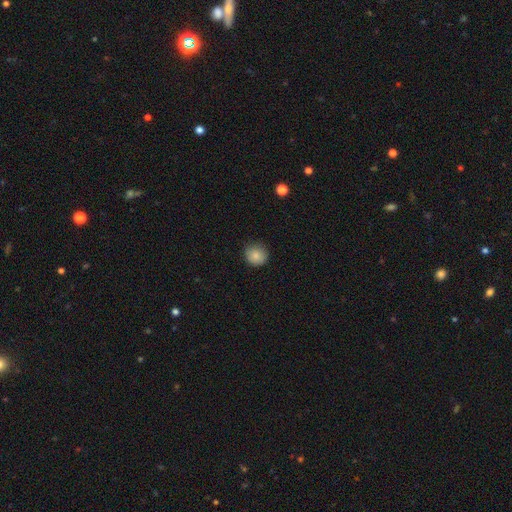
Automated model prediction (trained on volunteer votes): A smooth galaxy with no disk features (85%) that is round (90%).

Vote fractions:
- Smooth or featured? smooth: 85% / star or artifact: 9% / featured or disk: 6%
- How rounded? round: 90% / in between: 9% / cigar-shaped: 1%
- Merging? none: 80% / minor disturbance: 16% / major disturbance: 3% / merger: 1%